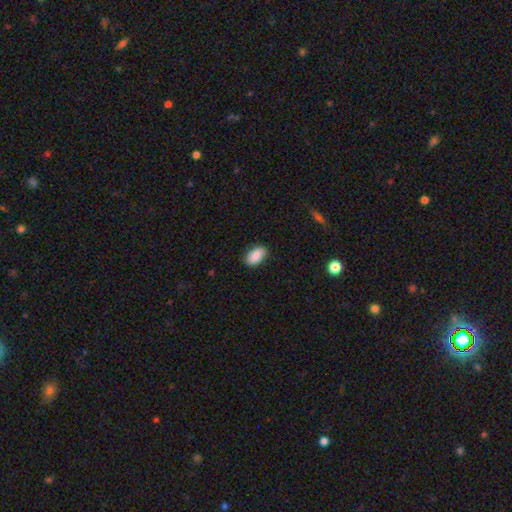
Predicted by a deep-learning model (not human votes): Smooth or featured? smooth (86%)
How rounded? in between (93%)
Merging? none (85%)